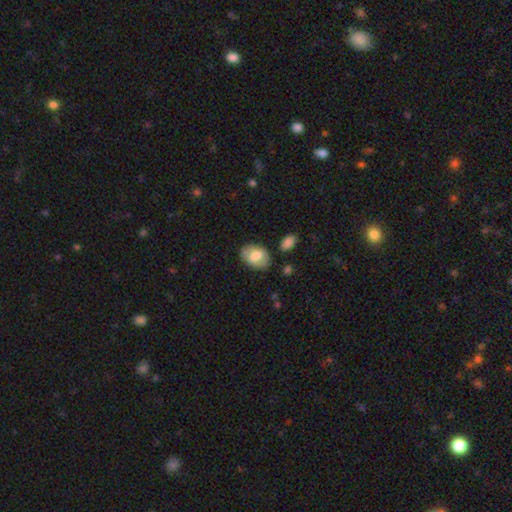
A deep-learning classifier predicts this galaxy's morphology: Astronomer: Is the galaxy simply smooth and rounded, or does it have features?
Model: smooth — 59%.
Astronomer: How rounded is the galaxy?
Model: in between — 82%.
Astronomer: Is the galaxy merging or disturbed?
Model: none — 74%.